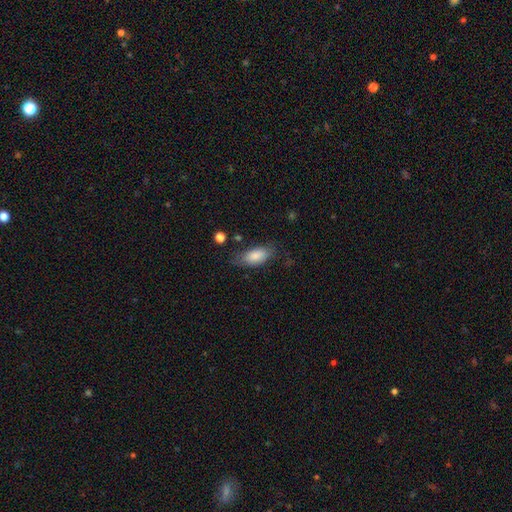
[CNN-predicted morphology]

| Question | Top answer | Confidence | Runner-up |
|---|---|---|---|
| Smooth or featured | smooth | 83% | featured or disk (10%) |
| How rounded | in between | 87% | cigar-shaped (10%) |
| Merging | none | 68% | minor disturbance (23%) |